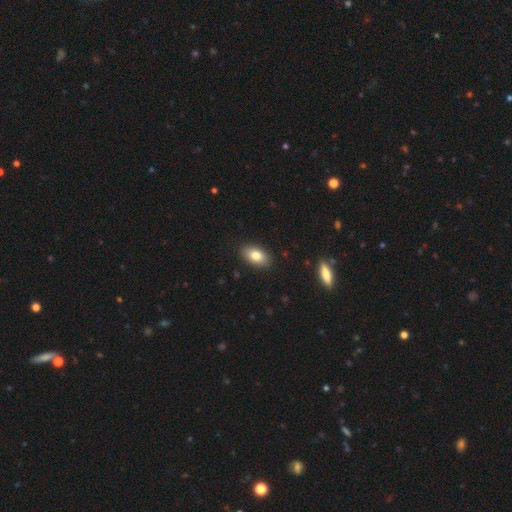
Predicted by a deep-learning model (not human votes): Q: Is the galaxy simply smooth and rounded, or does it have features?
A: smooth — 80%.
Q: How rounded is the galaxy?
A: in between — 91%.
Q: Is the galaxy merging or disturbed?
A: none — 88%.